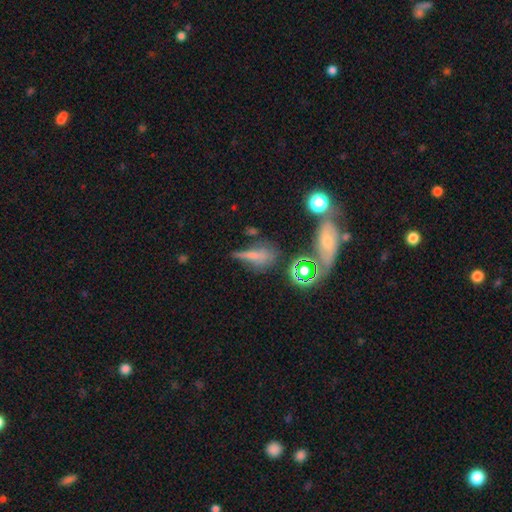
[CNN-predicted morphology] Overall: smooth (57%; featured or disk 22%). How rounded: cigar-shaped (44%; in between 42%). Merging: none (46%; minor disturbance 26%).